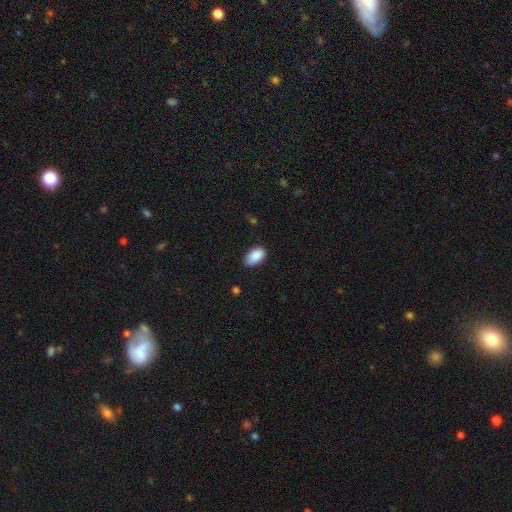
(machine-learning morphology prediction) smooth_or_featured: smooth (p=0.90) [alt: star or artifact p=0.07]
how_rounded: in between (p=0.93) [alt: round p=0.05]
merging: none (p=0.82) [alt: minor disturbance p=0.14]